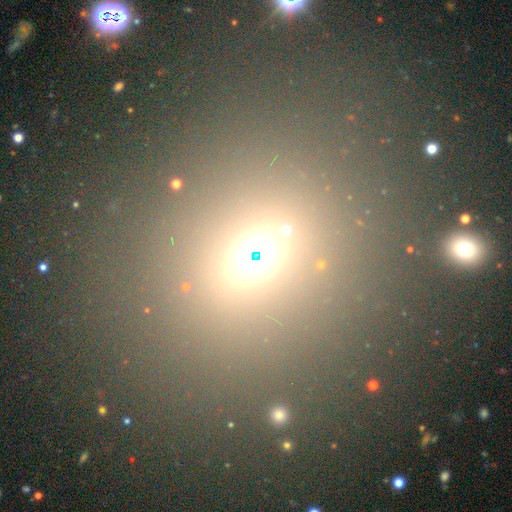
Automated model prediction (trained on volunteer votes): Smooth or featured? Predicted: smooth (p=0.55). How rounded? Predicted: round (p=0.69). Merging? Predicted: none (p=0.81).